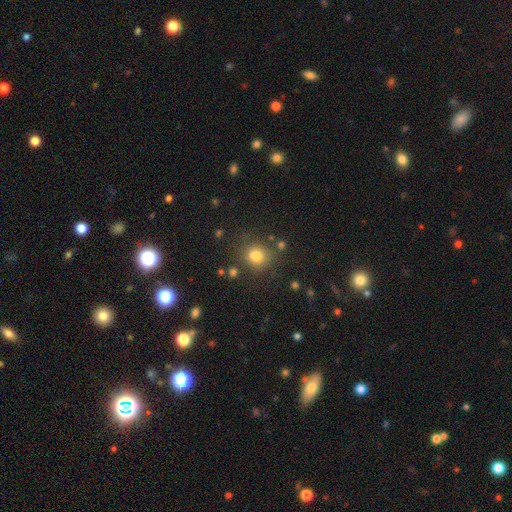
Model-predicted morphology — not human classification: Overall: smooth (80%). How rounded: round (76%). Merging: none (74%).